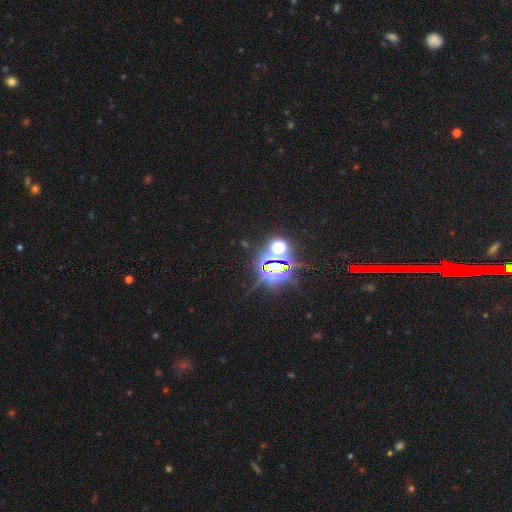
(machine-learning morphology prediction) Overall: star or artifact (80%).